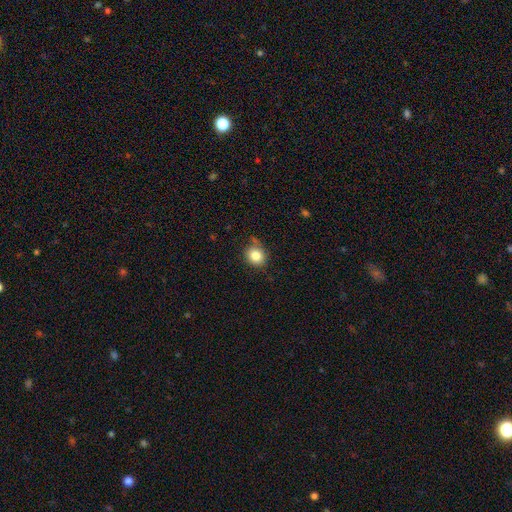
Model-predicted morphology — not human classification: Smooth or featured: smooth — 83% (star or artifact — 10%)
How rounded: round — 79% (in between — 20%)
Merging: none — 77% (minor disturbance — 16%)